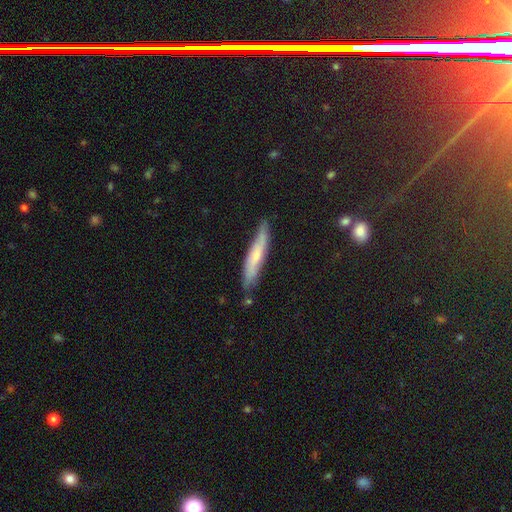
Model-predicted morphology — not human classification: Q: Smooth or featured?
A: smooth (55%); runner-up: featured or disk (38%)
Q: How rounded?
A: cigar-shaped (90%); runner-up: in between (8%)
Q: Merging?
A: none (76%); runner-up: minor disturbance (18%)